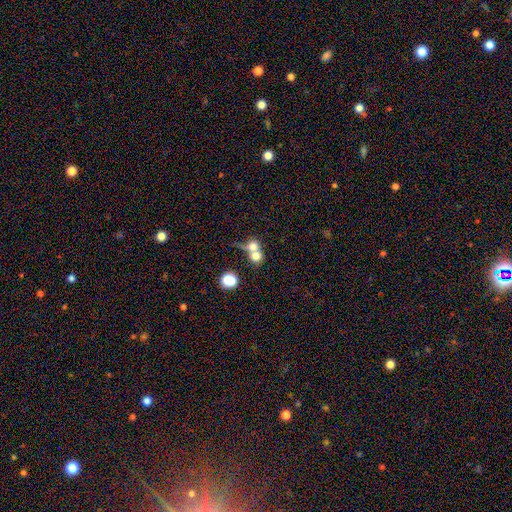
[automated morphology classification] Smooth or featured? smooth (71%)
How rounded? round (77%)
Merging? merger (64%)